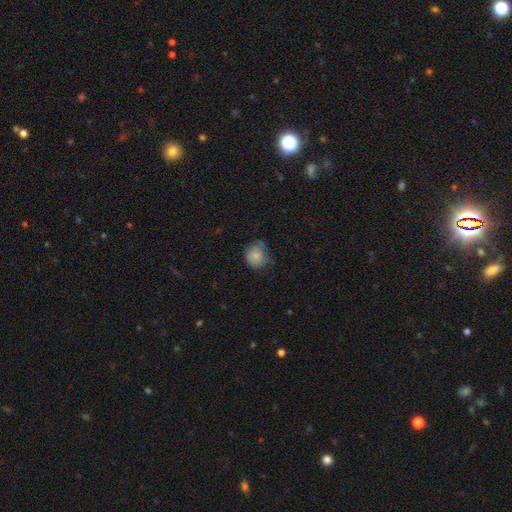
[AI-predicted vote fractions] A smooth galaxy with no disk features (80%) that is round (77%). Merging: none (56%).